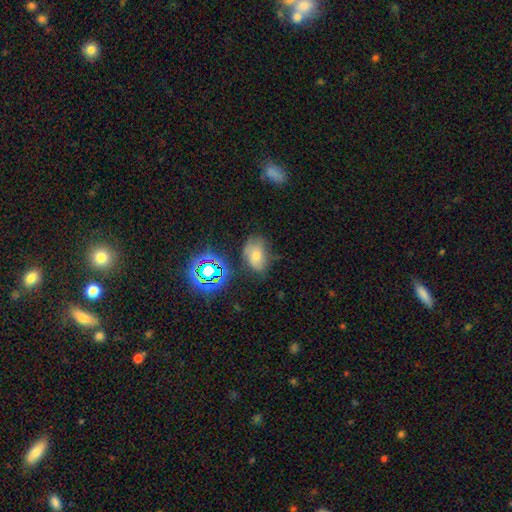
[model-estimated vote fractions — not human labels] Q: Smooth or featured?
A: smooth (49%); runner-up: star or artifact (28%)
Q: Merging?
A: none (60%); runner-up: minor disturbance (26%)